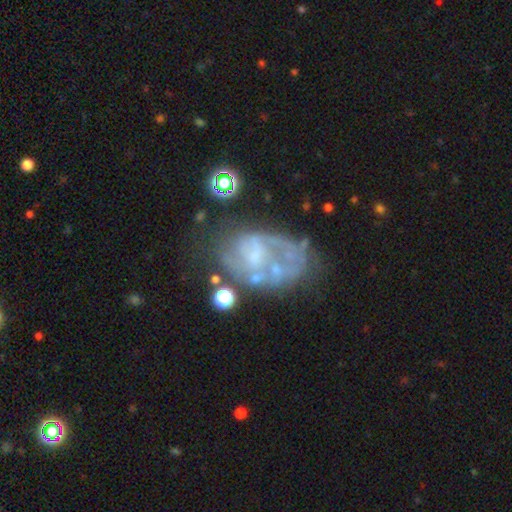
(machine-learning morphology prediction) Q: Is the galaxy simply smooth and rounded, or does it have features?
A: featured or disk — 71%.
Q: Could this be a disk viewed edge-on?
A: no — 97%.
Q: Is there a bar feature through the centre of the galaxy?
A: no — 69%.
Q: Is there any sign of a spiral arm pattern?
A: yes — 51%.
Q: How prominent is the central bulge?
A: none — 44%.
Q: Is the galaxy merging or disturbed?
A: none — 40%.